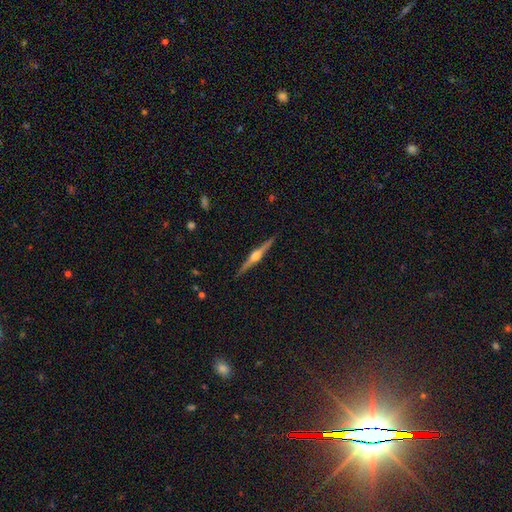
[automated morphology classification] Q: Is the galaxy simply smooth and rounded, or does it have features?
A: featured or disk — 83%.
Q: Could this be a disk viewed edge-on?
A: yes — 99%.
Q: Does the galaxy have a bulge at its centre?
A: rounded — 94%.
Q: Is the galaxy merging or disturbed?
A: none — 91%.